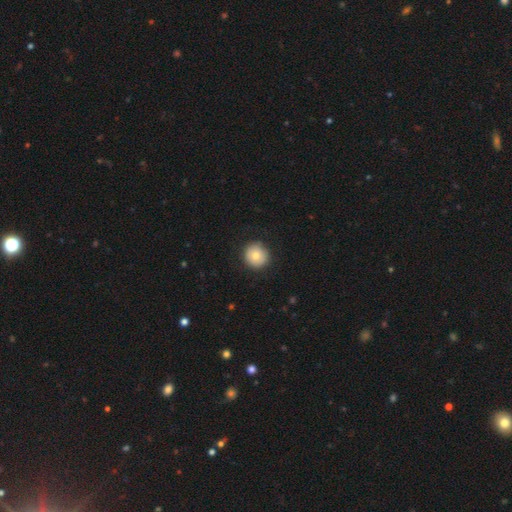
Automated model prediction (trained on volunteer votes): Smooth or featured? smooth (78%)
How rounded? round (93%)
Merging? none (88%)